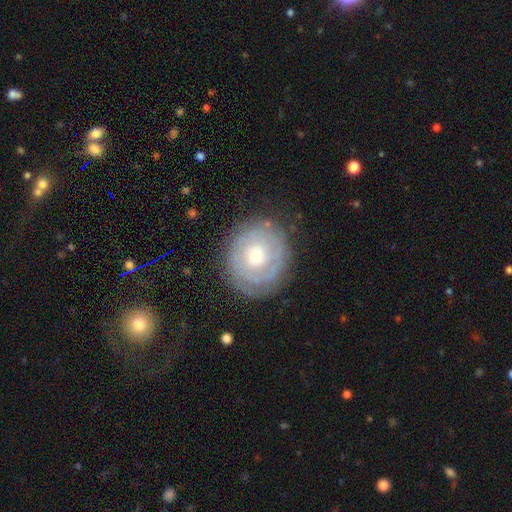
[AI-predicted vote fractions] The model was most divided on "bulge size": moderate: 49%, small: 40%, large: 8%, none: 2%, dominant: 2%. Remaining: edge-on disk — no (97%); spiral arms — yes (82%); merging — none (80%); bar — no (79%); spiral winding — tight (78%); smooth or featured — featured or disk (72%); spiral arm count — can't tell (44%).